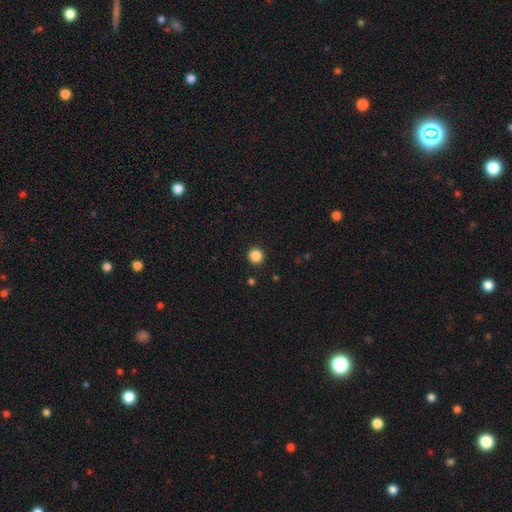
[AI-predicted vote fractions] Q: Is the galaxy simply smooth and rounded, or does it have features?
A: smooth — 86%.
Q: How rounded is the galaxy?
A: round — 95%.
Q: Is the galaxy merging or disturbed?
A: none — 92%.